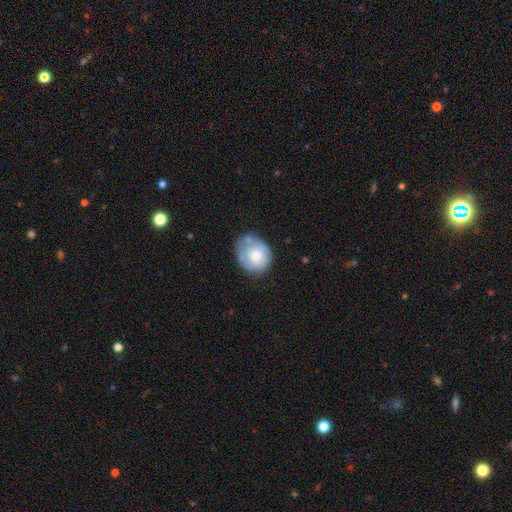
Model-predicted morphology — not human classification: smooth-or-featured: smooth: 54% | featured or disk: 40% | star or artifact: 7%
  how-rounded: round: 69% | in between: 30% | cigar-shaped: 1%
  merging: none: 53% | minor disturbance: 27% | major disturbance: 11% | merger: 9%